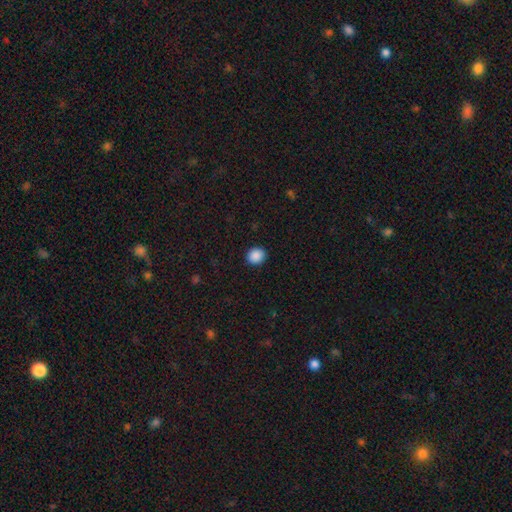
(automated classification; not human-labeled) Q: Smooth or featured?
A: smooth (89%); runner-up: star or artifact (8%)
Q: How rounded?
A: round (78%); runner-up: in between (21%)
Q: Merging?
A: none (91%); runner-up: minor disturbance (6%)